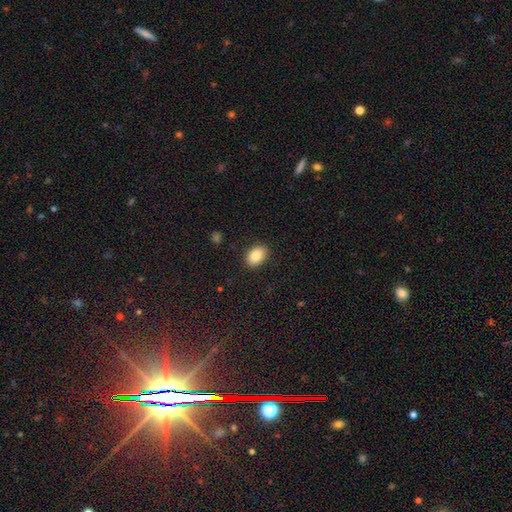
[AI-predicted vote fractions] Q: Smooth or featured?
A: smooth (86%); runner-up: star or artifact (8%)
Q: How rounded?
A: in between (85%); runner-up: round (14%)
Q: Merging?
A: none (87%); runner-up: minor disturbance (9%)